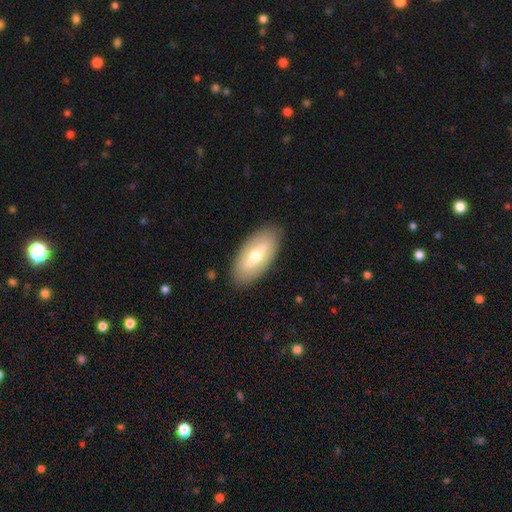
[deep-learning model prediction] The model was most divided on "smooth or featured": smooth: 53%, featured or disk: 41%, star or artifact: 6%. More confident: how rounded — in between (90%); merging — none (87%).